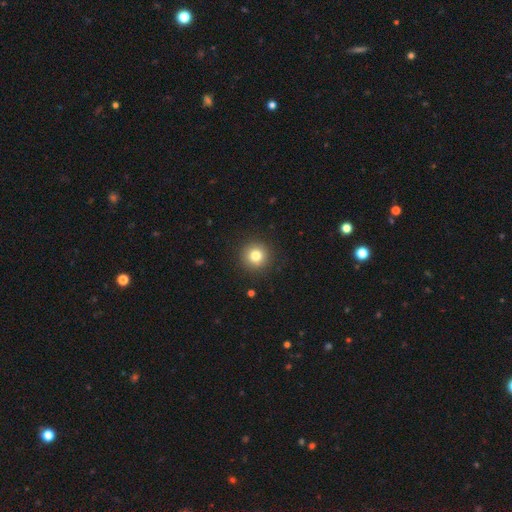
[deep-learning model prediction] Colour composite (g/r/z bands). It shows a smooth galaxy with no disk features (80%) that is round (95%). Merging: none (91%).